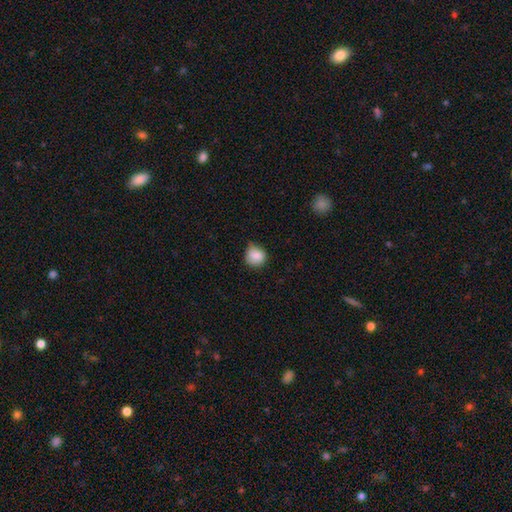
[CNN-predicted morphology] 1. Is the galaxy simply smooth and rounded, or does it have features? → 85% smooth, 8% star or artifact, 6% featured or disk.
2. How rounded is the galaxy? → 82% round, 17% in between, 1% cigar-shaped.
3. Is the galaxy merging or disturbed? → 61% none, 32% minor disturbance, 6% major disturbance, 2% merger.